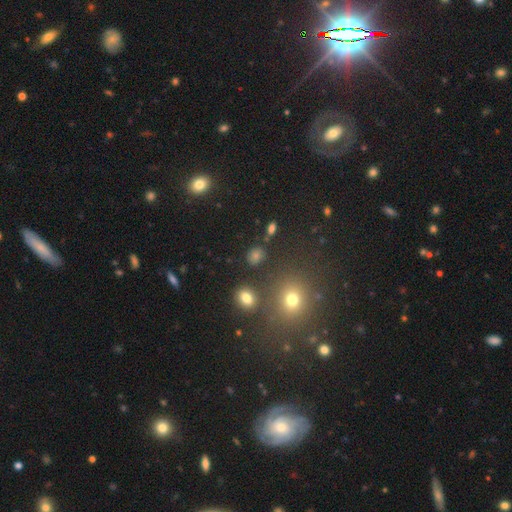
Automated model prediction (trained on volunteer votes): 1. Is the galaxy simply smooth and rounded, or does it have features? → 67% smooth, 23% star or artifact, 10% featured or disk.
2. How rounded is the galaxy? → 56% round, 41% in between, 2% cigar-shaped.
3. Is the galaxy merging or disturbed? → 79% none, 10% minor disturbance, 6% merger, 5% major disturbance.